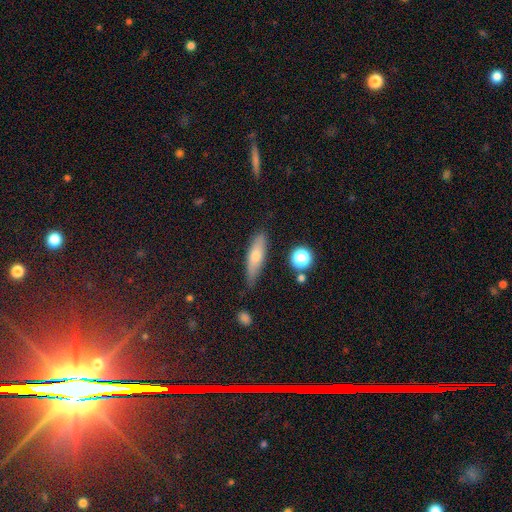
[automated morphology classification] Smooth or featured: smooth — 63% (featured or disk — 29%)
How rounded: cigar-shaped — 62% (in between — 35%)
Merging: none — 74% (minor disturbance — 20%)